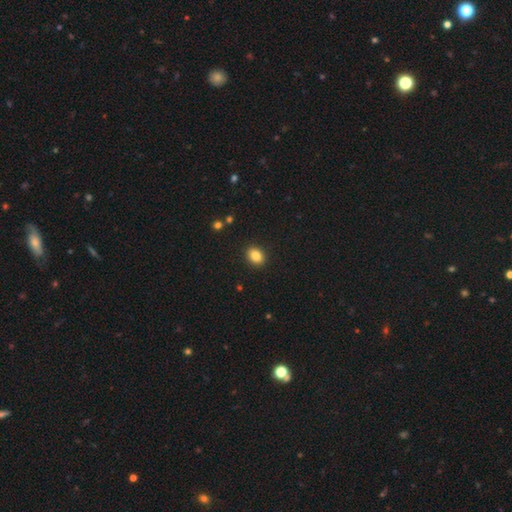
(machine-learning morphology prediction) Smooth or featured: smooth — 85% (star or artifact — 9%)
How rounded: in between — 61% (round — 38%)
Merging: none — 90% (minor disturbance — 7%)